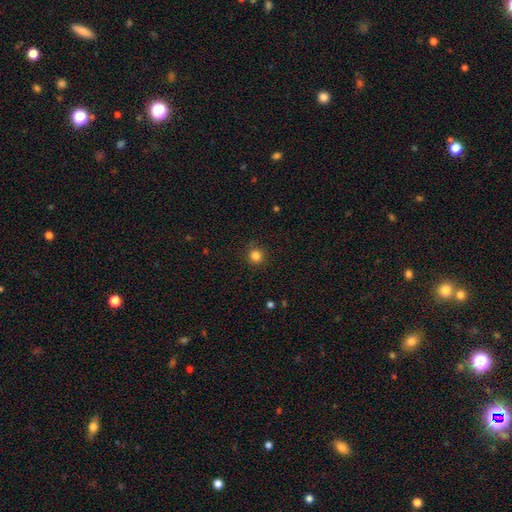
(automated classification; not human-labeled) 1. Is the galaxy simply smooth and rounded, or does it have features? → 83% smooth, 12% star or artifact, 4% featured or disk.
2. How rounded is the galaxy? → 94% round, 5% in between, 1% cigar-shaped.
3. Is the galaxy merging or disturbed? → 89% none, 7% minor disturbance, 2% major disturbance, 1% merger.